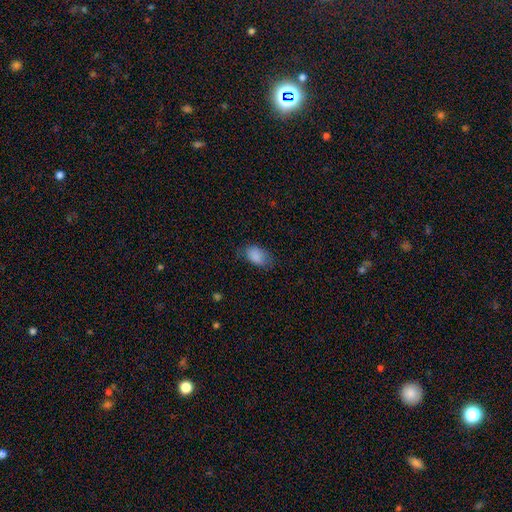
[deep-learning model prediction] Q: Smooth or featured?
A: smooth (86%); runner-up: star or artifact (8%)
Q: How rounded?
A: in between (90%); runner-up: round (9%)
Q: Merging?
A: none (64%); runner-up: minor disturbance (26%)